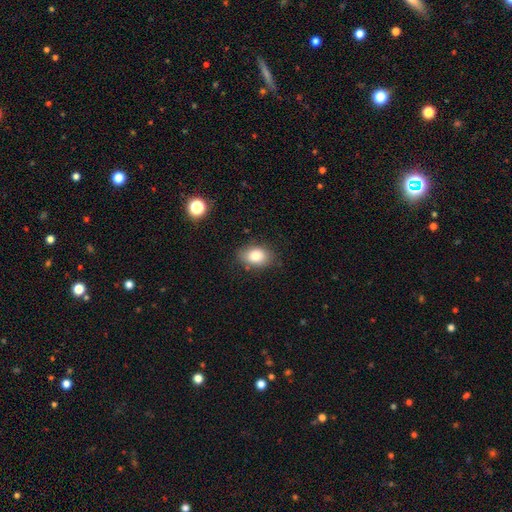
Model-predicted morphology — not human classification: A smooth galaxy with no disk features (83%) that is in between round and cigar-shaped (78%).

Vote fractions:
- Smooth or featured? smooth: 83% / star or artifact: 9% / featured or disk: 9%
- How rounded? in between: 78% / round: 21% / cigar-shaped: 1%
- Merging? none: 80% / minor disturbance: 15% / major disturbance: 3% / merger: 2%